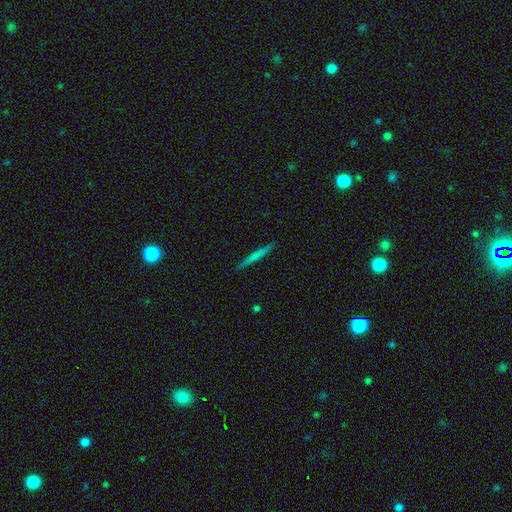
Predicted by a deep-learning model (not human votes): smooth_or_featured: smooth (p=0.64) [alt: featured or disk p=0.30]
how_rounded: cigar-shaped (p=0.96) [alt: in between p=0.03]
merging: none (p=0.91) [alt: minor disturbance p=0.07]